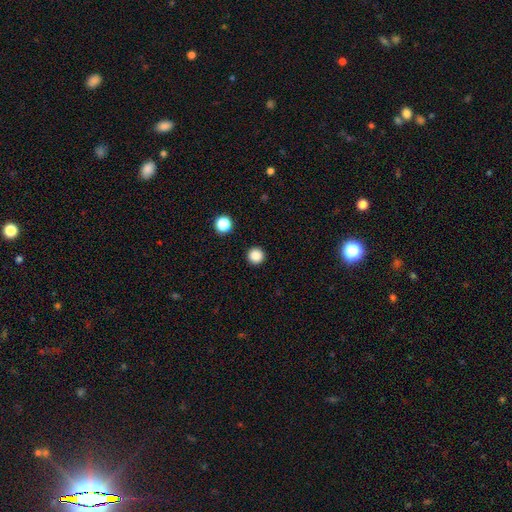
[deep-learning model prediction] The model was most divided on "smooth or featured": smooth: 86%, star or artifact: 11%, featured or disk: 3%. More confident: how rounded — round (96%); merging — none (94%).